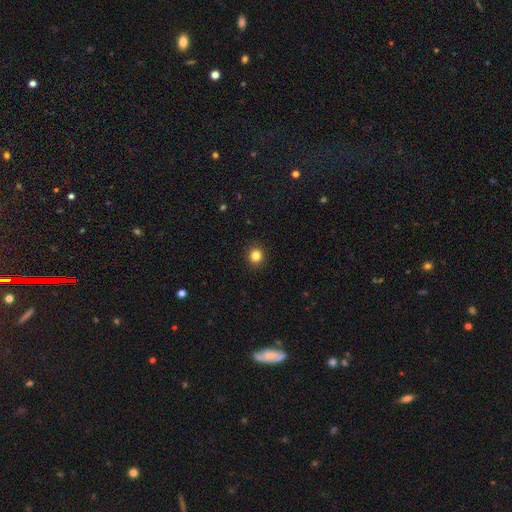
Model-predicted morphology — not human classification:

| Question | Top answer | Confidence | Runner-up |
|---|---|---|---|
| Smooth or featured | smooth | 84% | star or artifact (12%) |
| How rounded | round | 87% | in between (12%) |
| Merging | none | 91% | minor disturbance (6%) |